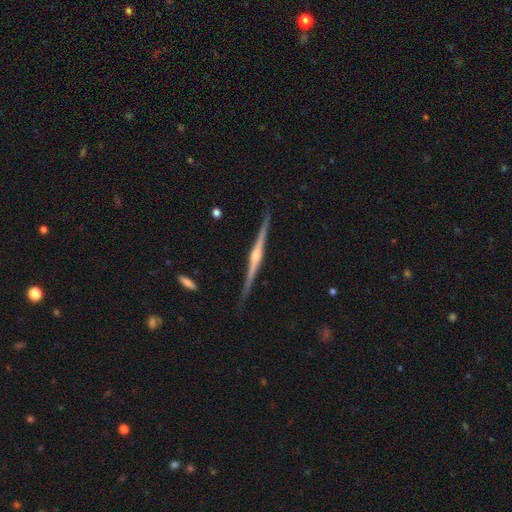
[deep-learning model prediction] A featured or disk galaxy (88%) viewed edge-on (99%) with a rounded central bulge (84%). Merging: none (91%).